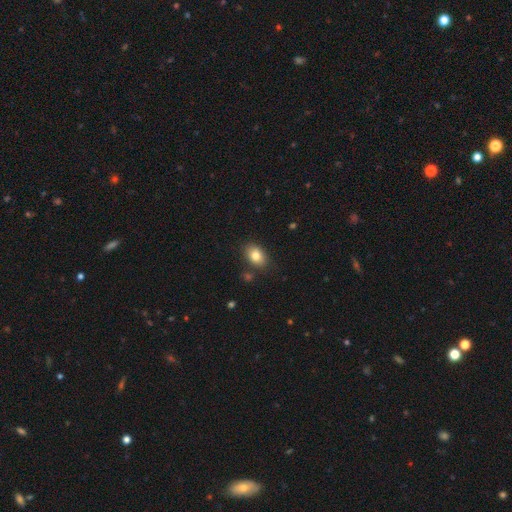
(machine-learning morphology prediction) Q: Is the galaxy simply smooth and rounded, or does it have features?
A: smooth — 81%.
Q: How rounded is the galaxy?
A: in between — 82%.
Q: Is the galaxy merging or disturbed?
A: none — 83%.